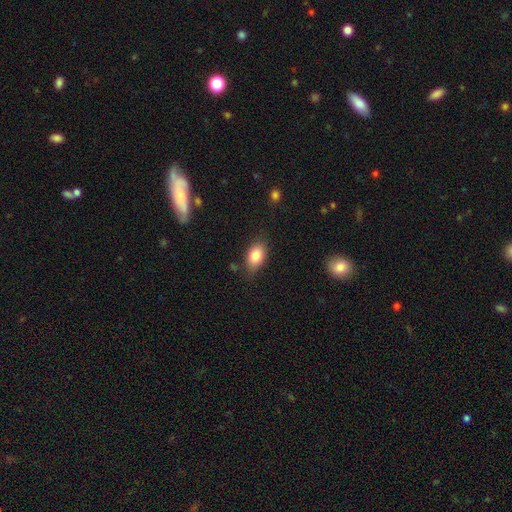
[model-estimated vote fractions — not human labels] This appears to be a smooth galaxy with no disk features (83%) that is in between round and cigar-shaped (87%). Merging: none (78%).